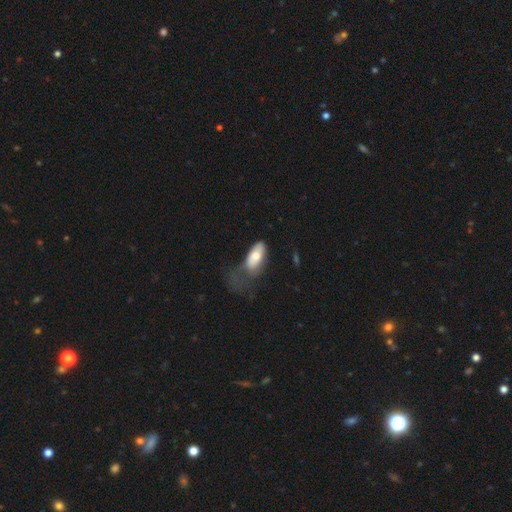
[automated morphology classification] Smooth or featured?
  - smooth: 69% *
  - featured or disk: 25%
  - star or artifact: 6%
How rounded?
  - in between: 88% *
  - cigar-shaped: 9%
  - round: 3%
Merging?
  - major disturbance: 53% *
  - minor disturbance: 25%
  - none: 17%
  - merger: 5%